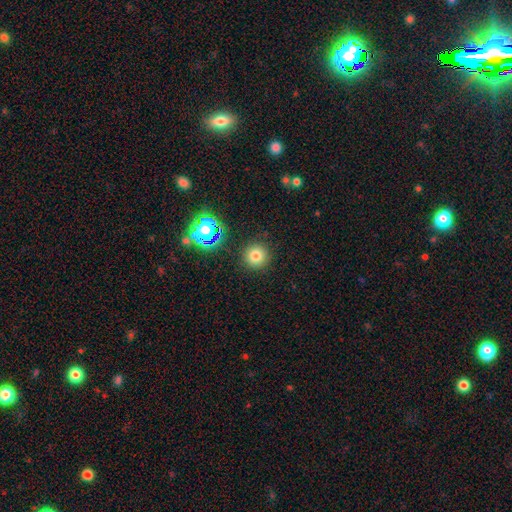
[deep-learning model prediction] Morphology: type=smooth (75%); roundness=round (95%); merging=none (89%).